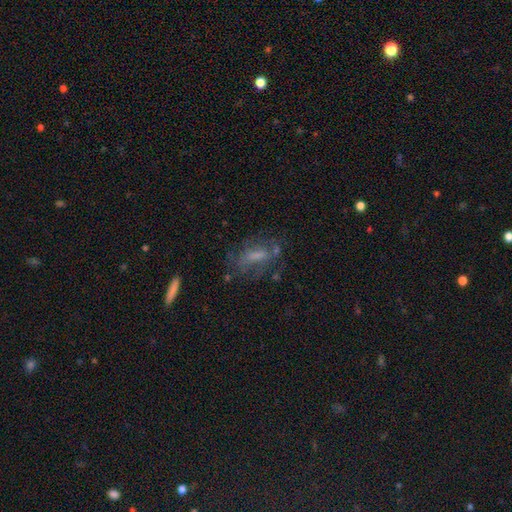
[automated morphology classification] Smooth or featured? featured or disk (46%)
Merging? none (53%)